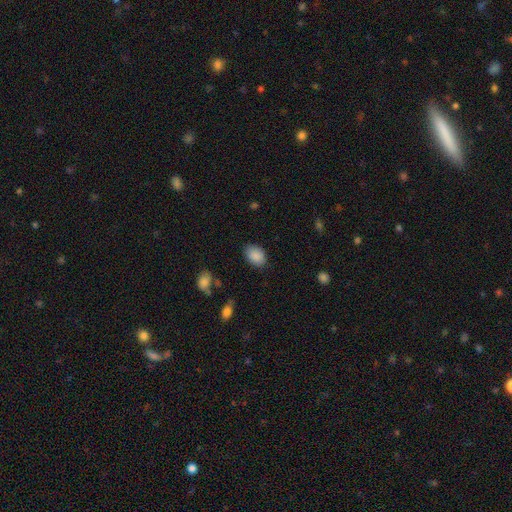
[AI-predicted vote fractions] The model was most divided on "how rounded": in between: 79%, round: 20%, cigar-shaped: 1%. More confident: smooth or featured — smooth (89%); merging — none (82%).